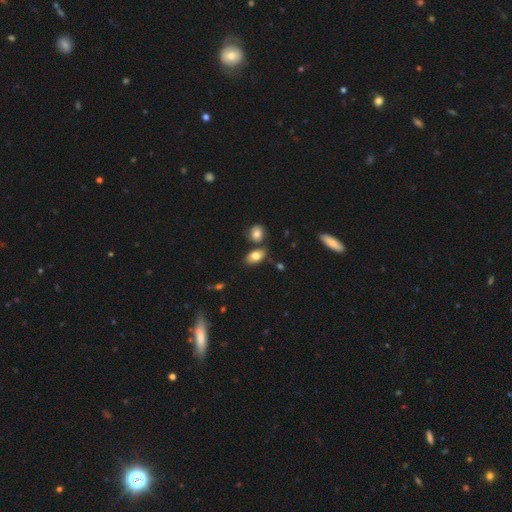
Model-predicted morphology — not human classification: Smooth or featured?
  - smooth: 80% *
  - featured or disk: 12%
  - star or artifact: 8%
How rounded?
  - in between: 89% *
  - round: 8%
  - cigar-shaped: 3%
Merging?
  - none: 68% *
  - merger: 15%
  - minor disturbance: 13%
  - major disturbance: 3%